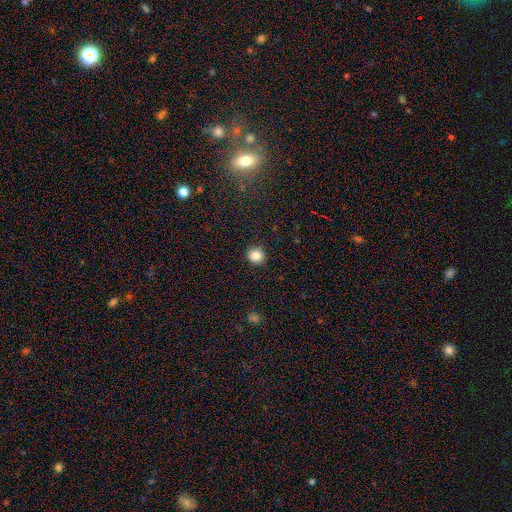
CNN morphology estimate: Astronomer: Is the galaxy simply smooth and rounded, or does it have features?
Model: smooth — 86%.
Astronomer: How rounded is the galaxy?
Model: round — 85%.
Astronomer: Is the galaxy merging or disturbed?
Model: none — 90%.